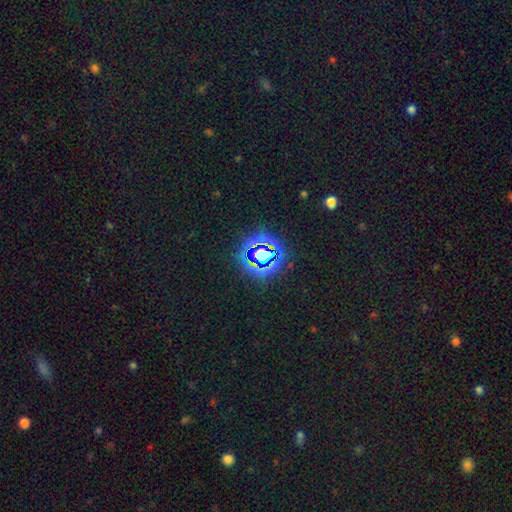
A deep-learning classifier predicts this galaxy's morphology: Overall: star or artifact (71%).